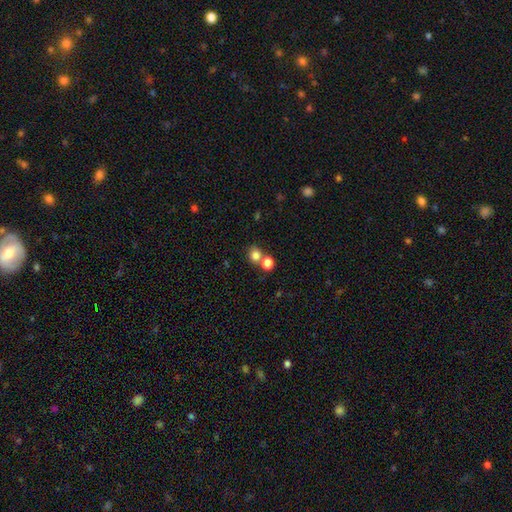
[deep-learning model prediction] A smooth galaxy with no disk features (79%) that is round (77%). Merging: none (56%).